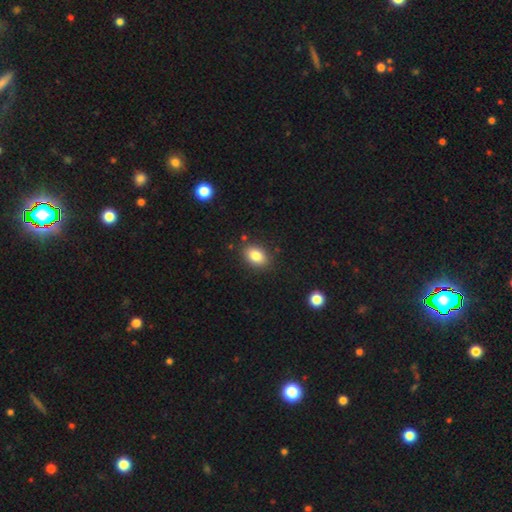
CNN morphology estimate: Smooth or featured: smooth — 84% (star or artifact — 9%)
How rounded: in between — 82% (round — 17%)
Merging: none — 86% (minor disturbance — 10%)